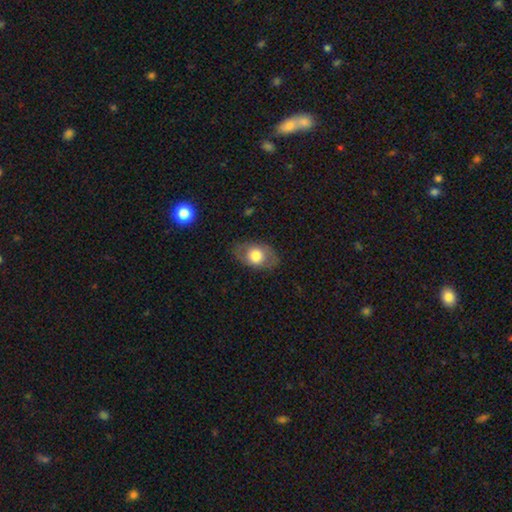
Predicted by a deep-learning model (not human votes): smooth-or-featured: smooth: 64% | featured or disk: 29% | star or artifact: 7%
  how-rounded: in between: 77% | round: 22% | cigar-shaped: 2%
  merging: none: 78% | minor disturbance: 15% | major disturbance: 6% | merger: 1%